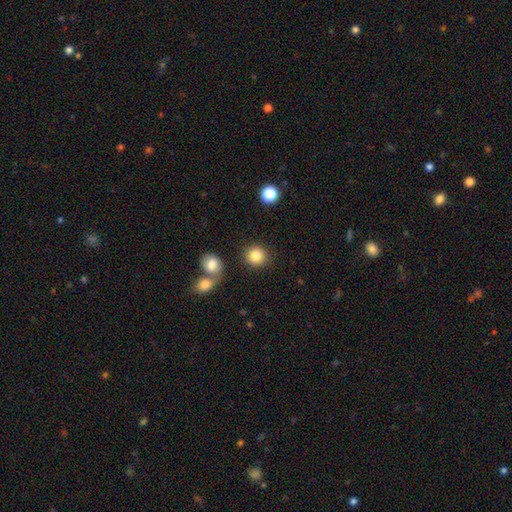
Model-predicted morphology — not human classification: smooth_or_featured: smooth (p=0.84) [alt: star or artifact p=0.10]
how_rounded: round (p=0.90) [alt: in between p=0.09]
merging: none (p=0.83) [alt: minor disturbance p=0.07]